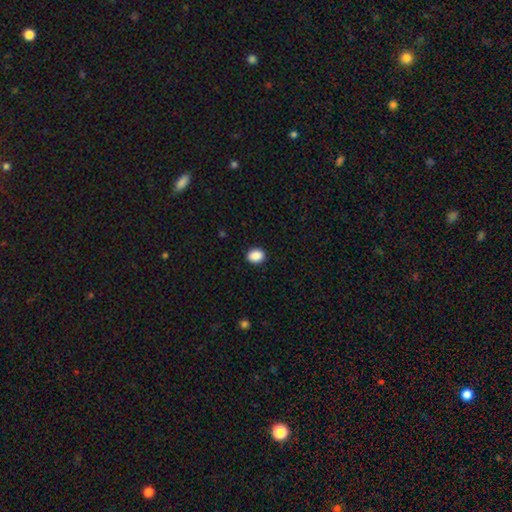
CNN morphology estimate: Smooth or featured? smooth (89%)
How rounded? in between (56%)
Merging? none (91%)